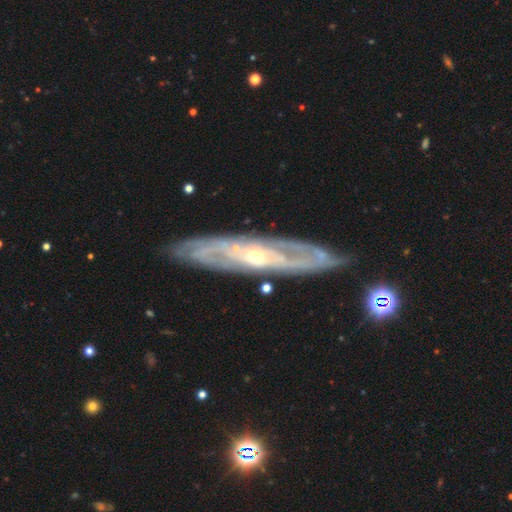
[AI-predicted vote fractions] Smooth or featured? featured or disk (86%)
Edge-on disk? no (64%)
Bar? no (64%)
Spiral arms? yes (90%)
Bulge size? small (60%)
Merging? none (84%)